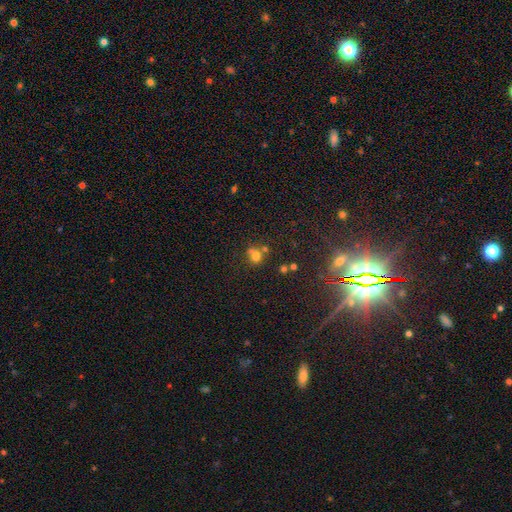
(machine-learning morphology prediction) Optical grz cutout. It shows a smooth galaxy with no disk features (65%) that is round (78%). Merging: none (44%).